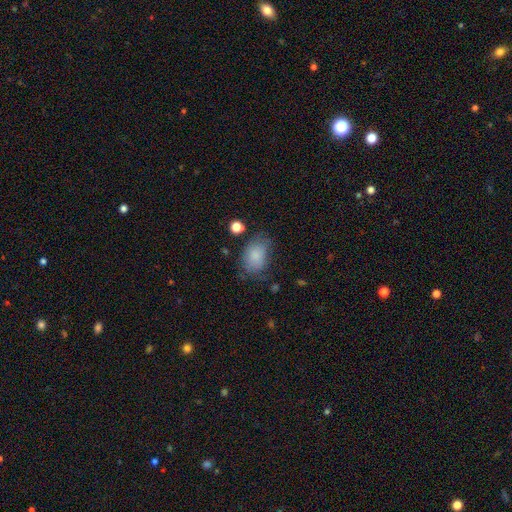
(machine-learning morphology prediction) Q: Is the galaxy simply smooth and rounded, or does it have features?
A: smooth — 81%.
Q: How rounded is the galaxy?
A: in between — 80%.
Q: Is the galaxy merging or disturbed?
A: none — 58%.